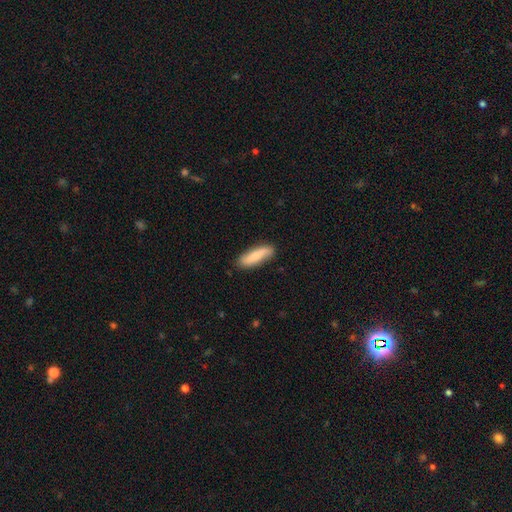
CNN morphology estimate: Smooth or featured? Predicted: smooth (p=0.68). How rounded? Predicted: cigar-shaped (p=0.58). Merging? Predicted: none (p=0.83).